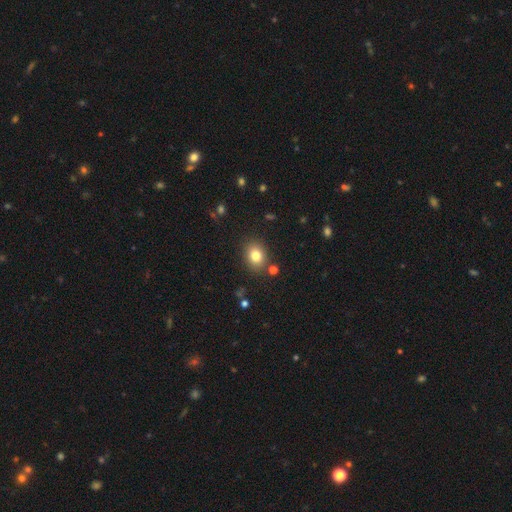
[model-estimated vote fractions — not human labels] The model was most divided on "how rounded": in between: 52%, round: 47%, cigar-shaped: 1%. More confident: merging — none (84%); smooth or featured — smooth (81%).